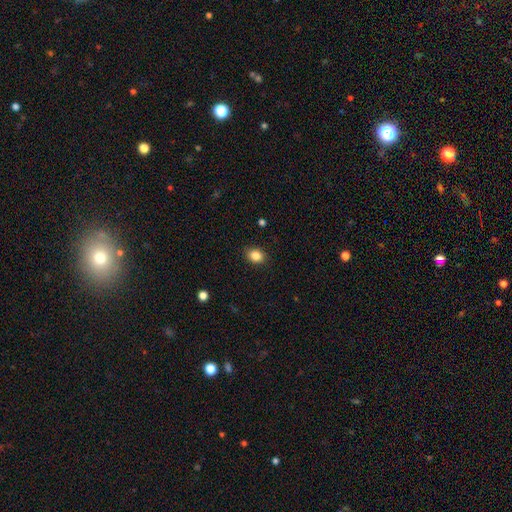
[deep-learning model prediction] The model was most divided on "how rounded": in between: 56%, round: 43%, cigar-shaped: 1%. More confident: merging — none (89%); smooth or featured — smooth (85%).